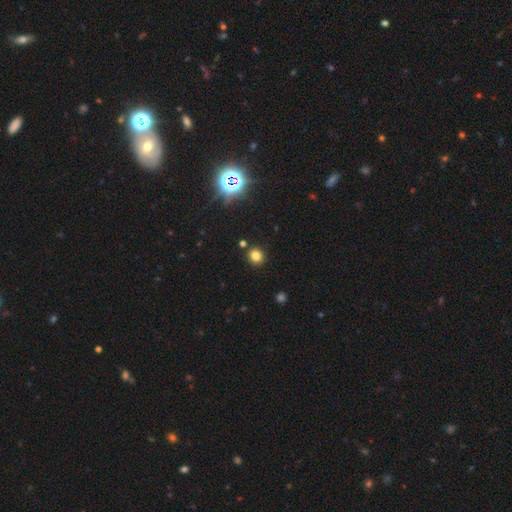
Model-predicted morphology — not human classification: Q: Smooth or featured?
A: smooth (77%); runner-up: star or artifact (17%)
Q: How rounded?
A: round (90%); runner-up: in between (9%)
Q: Merging?
A: none (88%); runner-up: minor disturbance (6%)